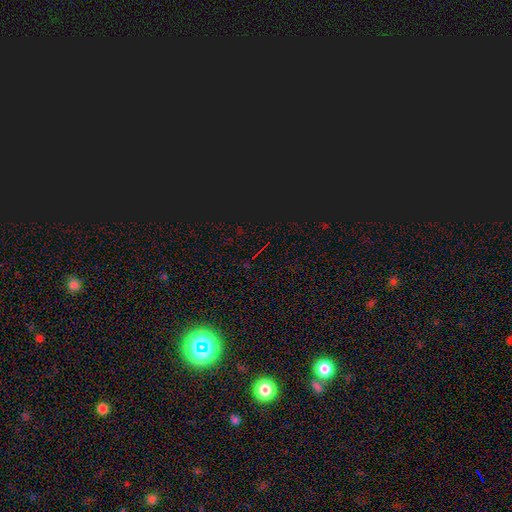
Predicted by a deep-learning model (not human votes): This appears to be a star or artifact, not a galaxy (79%).